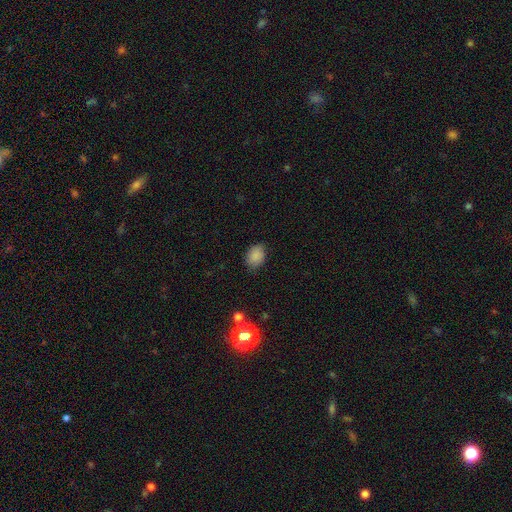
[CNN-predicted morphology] Smooth or featured? smooth (85%)
How rounded? in between (67%)
Merging? none (79%)